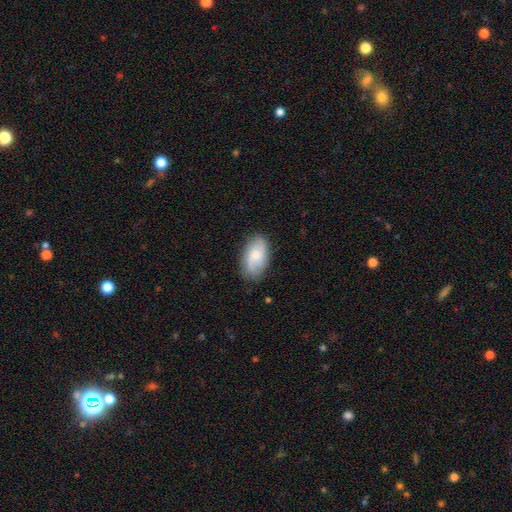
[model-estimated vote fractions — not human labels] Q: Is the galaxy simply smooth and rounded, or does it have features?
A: smooth — 58%.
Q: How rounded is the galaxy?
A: in between — 92%.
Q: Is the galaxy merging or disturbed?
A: none — 79%.